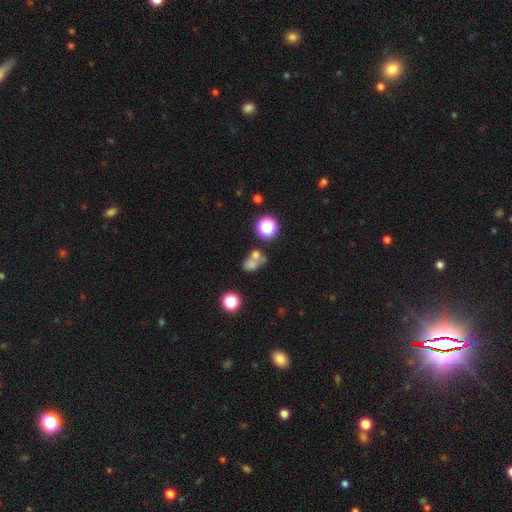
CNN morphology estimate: Q: Smooth or featured?
A: smooth (60%); runner-up: star or artifact (21%)
Q: How rounded?
A: round (52%); runner-up: in between (46%)
Q: Merging?
A: merger (51%); runner-up: none (29%)